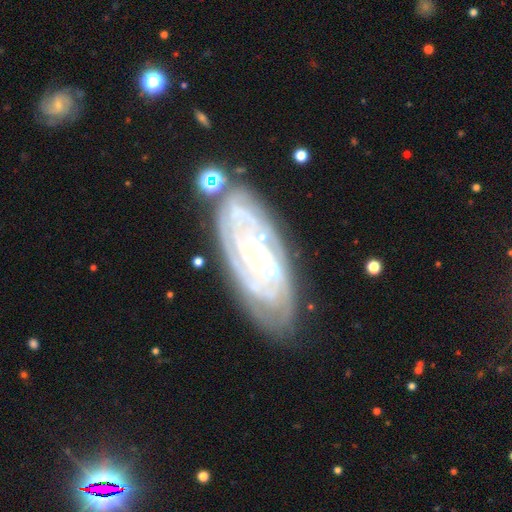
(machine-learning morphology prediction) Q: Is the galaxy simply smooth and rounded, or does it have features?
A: featured or disk — 84%.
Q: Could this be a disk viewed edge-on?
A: no — 91%.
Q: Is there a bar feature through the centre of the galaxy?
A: no — 78%.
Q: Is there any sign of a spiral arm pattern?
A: yes — 92%.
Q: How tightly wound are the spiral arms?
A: tight — 82%.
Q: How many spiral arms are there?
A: can't tell — 43%.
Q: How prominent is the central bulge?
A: small — 80%.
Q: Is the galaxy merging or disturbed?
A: none — 72%.